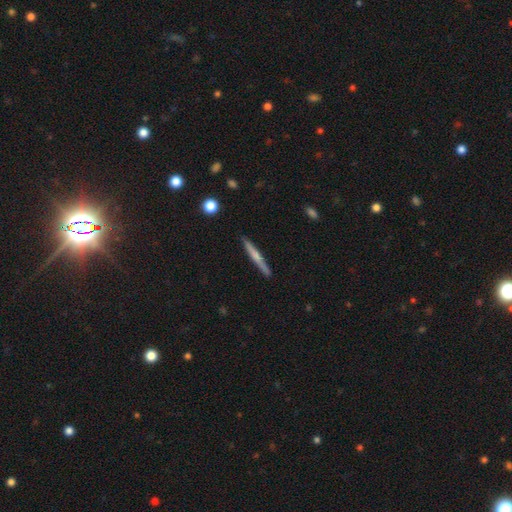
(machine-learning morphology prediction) smooth-or-featured: featured or disk: 48% | smooth: 46% | star or artifact: 6%
  merging: none: 90% | minor disturbance: 7% | major disturbance: 1% | merger: 1%